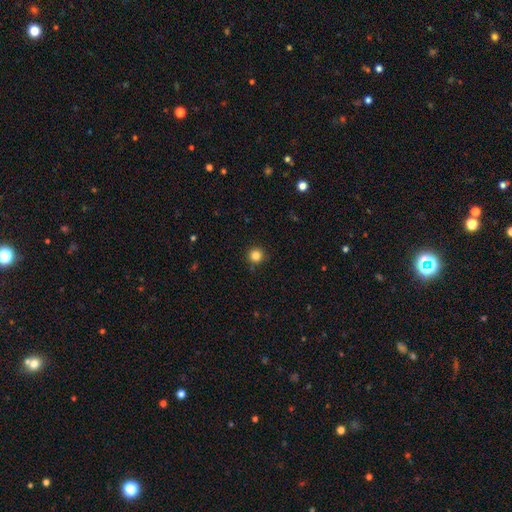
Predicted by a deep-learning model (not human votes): A smooth galaxy with no disk features (84%) that is round (95%).

Vote fractions:
- Smooth or featured? smooth: 84% / star or artifact: 12% / featured or disk: 4%
- How rounded? round: 95% / in between: 4% / cigar-shaped: 1%
- Merging? none: 90% / minor disturbance: 7% / major disturbance: 2% / merger: 1%